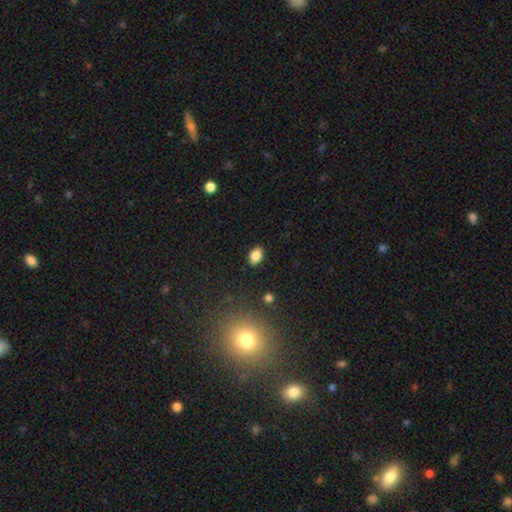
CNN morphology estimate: type=smooth (85%); roundness=in between (80%); merging=none (88%).